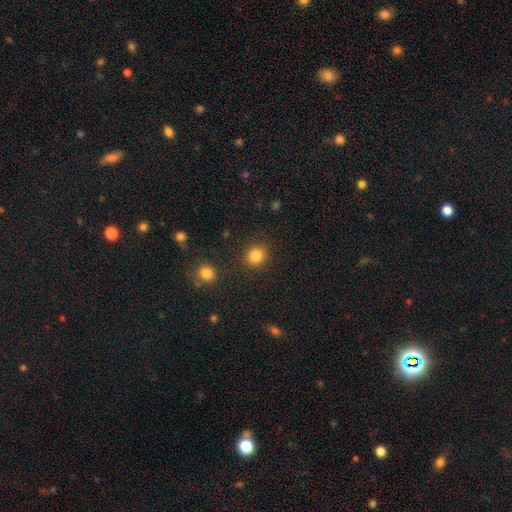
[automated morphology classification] Smooth or featured? Predicted: smooth (p=0.85). How rounded? Predicted: round (p=0.86). Merging? Predicted: none (p=0.89).